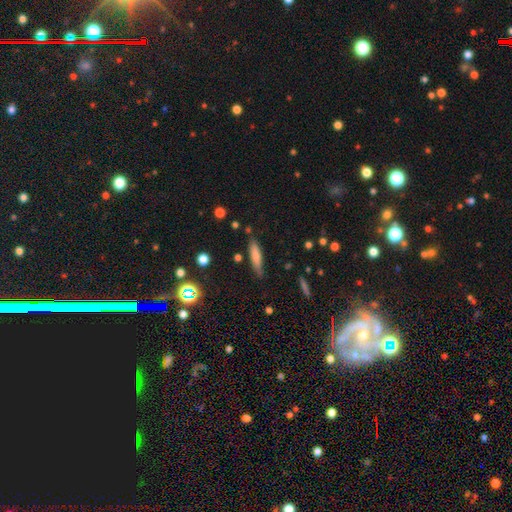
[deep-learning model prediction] Smooth or featured: smooth — 73% (featured or disk — 18%)
How rounded: cigar-shaped — 77% (in between — 21%)
Merging: none — 77% (minor disturbance — 17%)